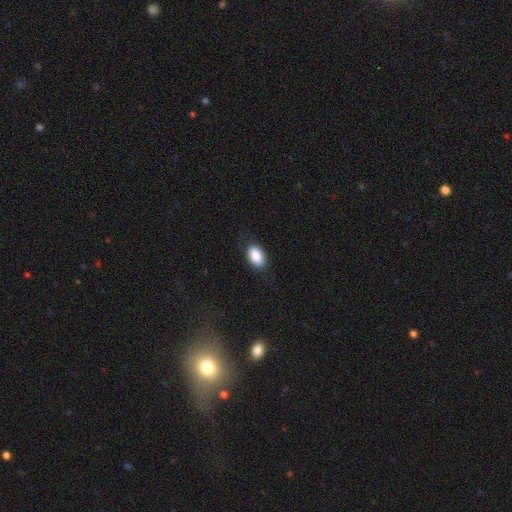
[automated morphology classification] Overall: smooth (87%). How rounded: in between (91%). Merging: none (82%).